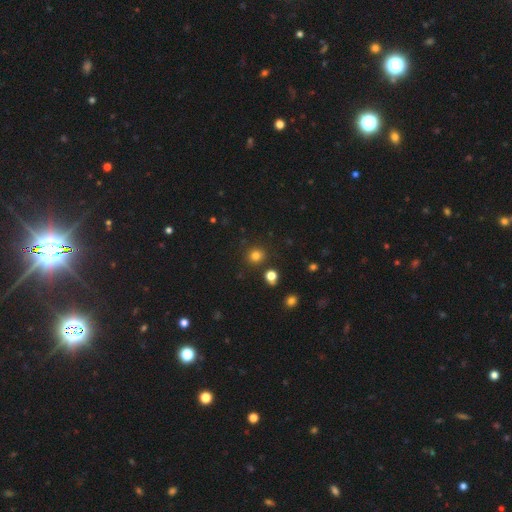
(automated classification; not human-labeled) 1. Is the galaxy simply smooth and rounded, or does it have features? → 79% smooth, 15% star or artifact, 5% featured or disk.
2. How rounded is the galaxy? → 88% round, 11% in between, 1% cigar-shaped.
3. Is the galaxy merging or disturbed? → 86% none, 7% minor disturbance, 4% merger, 3% major disturbance.